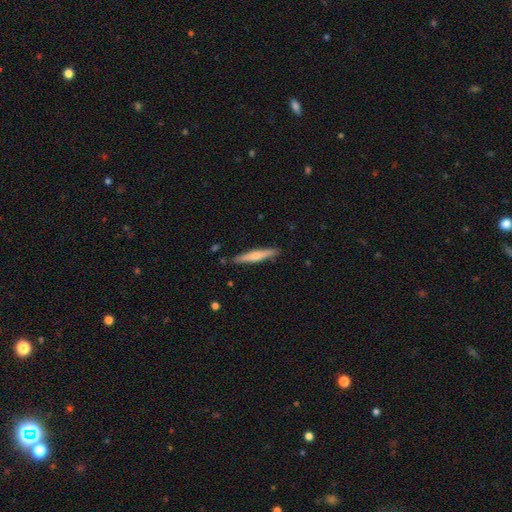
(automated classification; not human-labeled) Morphology: type=smooth (53%); roundness=cigar-shaped (93%); merging=none (88%).